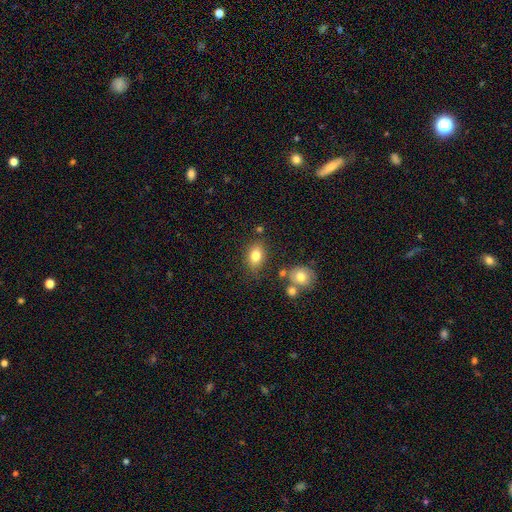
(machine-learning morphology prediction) smooth-or-featured: smooth: 79% | featured or disk: 11% | star or artifact: 10%
  how-rounded: in between: 78% | round: 20% | cigar-shaped: 2%
  merging: none: 74% | minor disturbance: 15% | merger: 6% | major disturbance: 4%